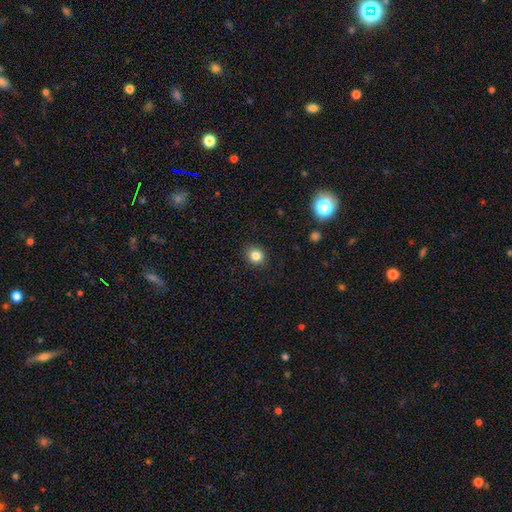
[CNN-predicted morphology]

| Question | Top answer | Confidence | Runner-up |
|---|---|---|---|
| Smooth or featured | smooth | 83% | star or artifact (12%) |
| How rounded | round | 76% | in between (23%) |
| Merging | none | 90% | minor disturbance (7%) |